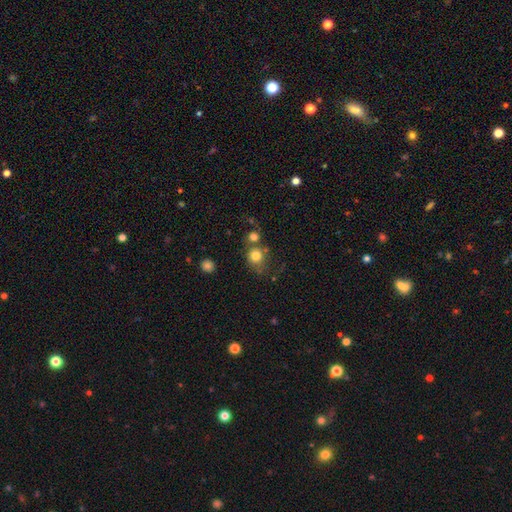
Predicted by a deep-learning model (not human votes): This is likely a smooth galaxy (80%). How rounded: clearly round (83%). Merging: possibly none (55%).